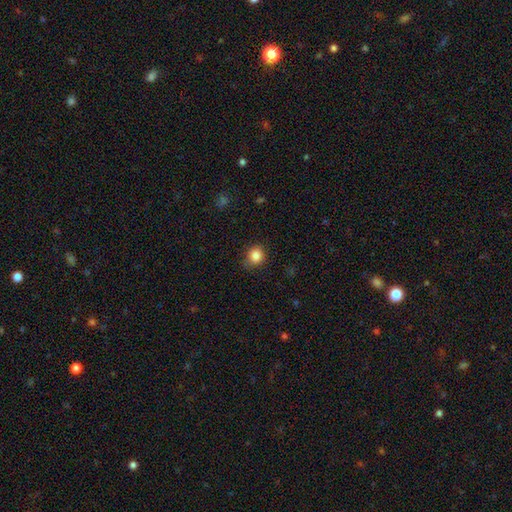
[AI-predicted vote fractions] This is clearly a smooth galaxy (84%). How rounded: clearly round (82%). Merging: likely none (79%).